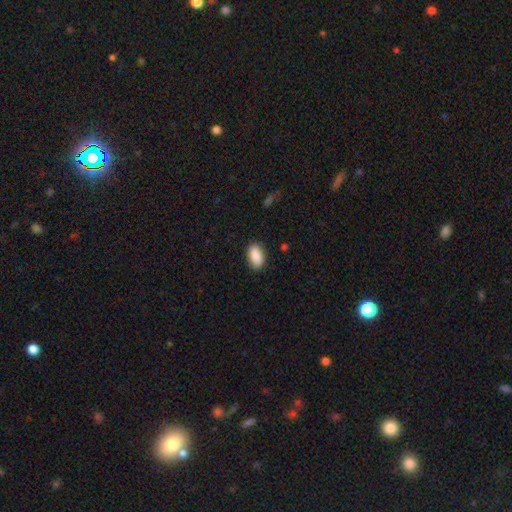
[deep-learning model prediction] smooth 90%, star or artifact 6%, featured or disk 4%. Down the decision tree: how rounded — in between (93%); merging — none (86%).